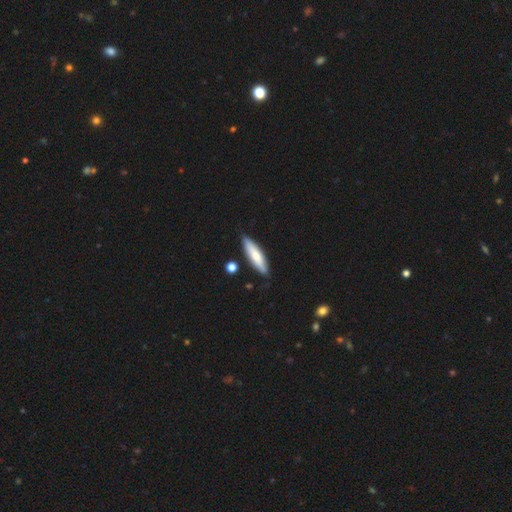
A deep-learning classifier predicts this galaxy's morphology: A smooth galaxy with no disk features (68%) that is cigar-shaped (69%).

Vote fractions:
- Smooth or featured? smooth: 68% / featured or disk: 27% / star or artifact: 6%
- How rounded? cigar-shaped: 69% / in between: 29% / round: 2%
- Merging? none: 84% / minor disturbance: 11% / merger: 3% / major disturbance: 2%